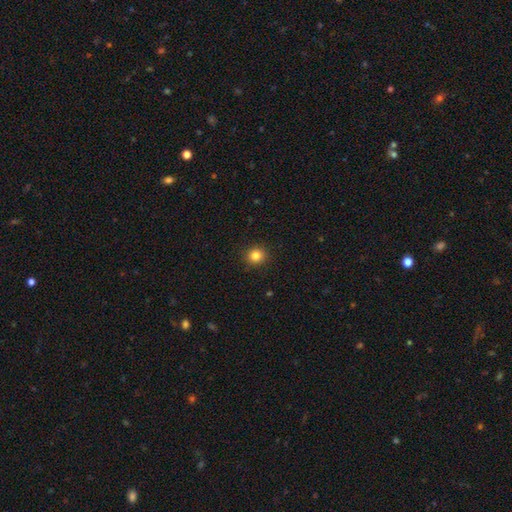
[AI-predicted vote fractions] This is clearly a smooth galaxy (83%). How rounded: clearly round (90%). Merging: clearly none (91%).